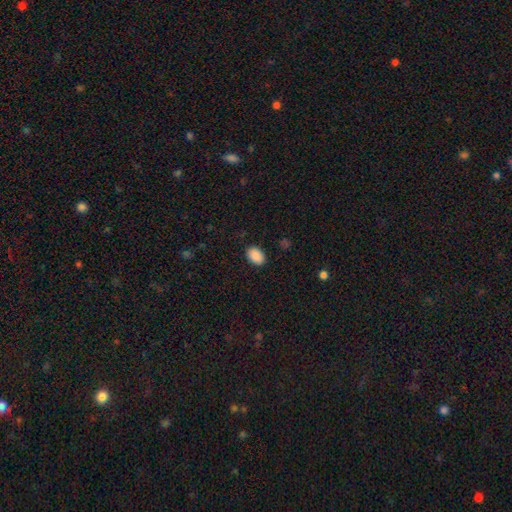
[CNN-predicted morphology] Q: Smooth or featured?
A: smooth (90%); runner-up: star or artifact (8%)
Q: How rounded?
A: in between (85%); runner-up: round (14%)
Q: Merging?
A: none (89%); runner-up: minor disturbance (8%)